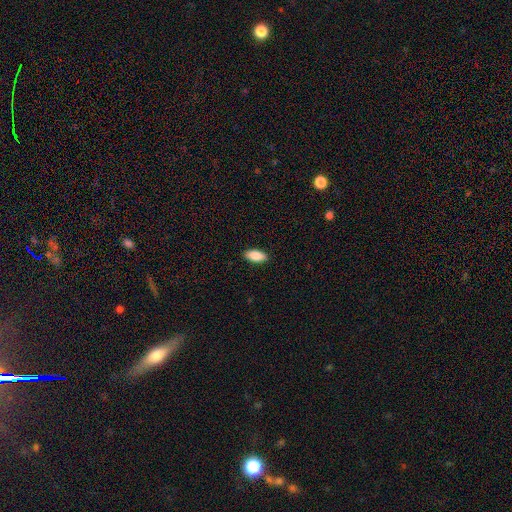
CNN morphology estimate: The model was most divided on "smooth or featured": smooth: 88%, star or artifact: 6%, featured or disk: 6%. More confident: how rounded — in between (91%); merging — none (90%).